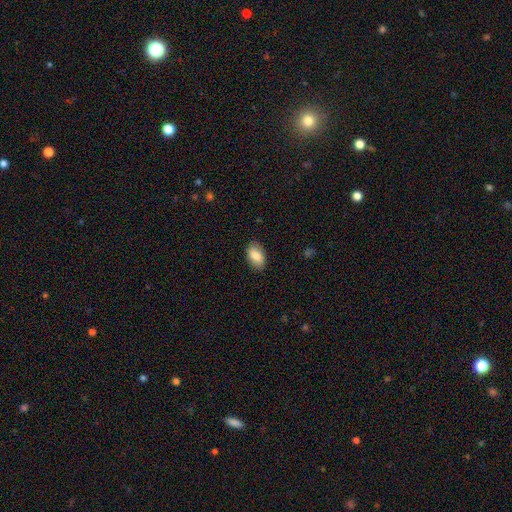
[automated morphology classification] This is clearly a smooth galaxy (84%). How rounded: clearly in between (92%). Merging: clearly none (87%).